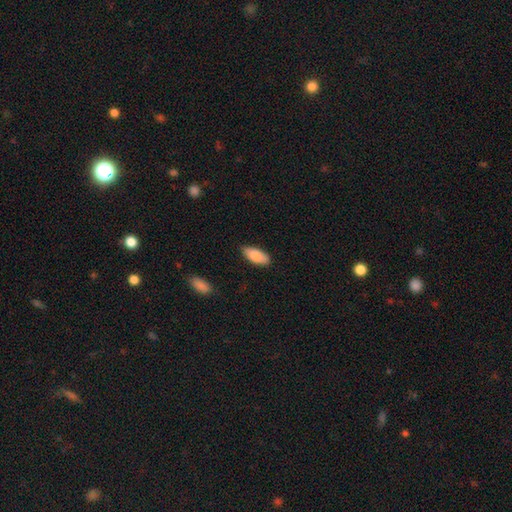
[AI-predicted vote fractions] Overall: smooth (87%). How rounded: in between (88%). Merging: none (78%).